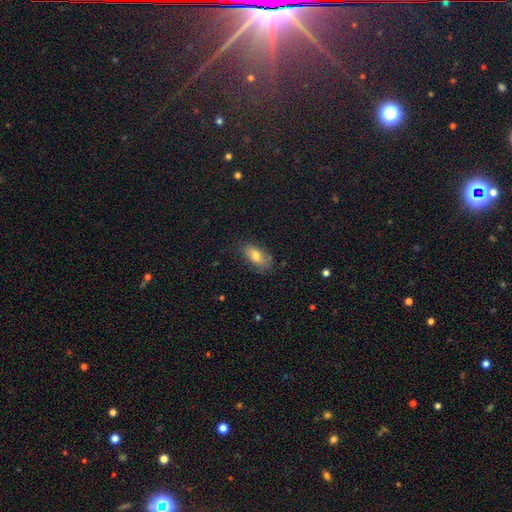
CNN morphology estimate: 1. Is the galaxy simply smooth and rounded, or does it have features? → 75% smooth, 17% featured or disk, 8% star or artifact.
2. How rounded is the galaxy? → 89% in between, 7% cigar-shaped, 5% round.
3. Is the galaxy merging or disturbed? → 74% none, 20% minor disturbance, 5% major disturbance, 1% merger.